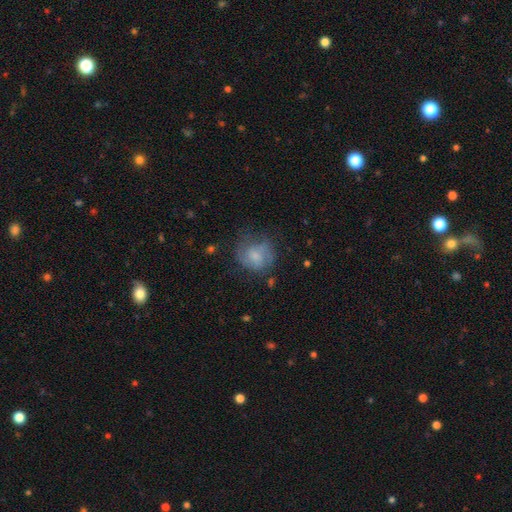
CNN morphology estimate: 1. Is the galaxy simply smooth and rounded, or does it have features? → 49% smooth, 42% featured or disk, 9% star or artifact.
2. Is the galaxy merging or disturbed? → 56% none, 25% minor disturbance, 17% major disturbance, 3% merger.